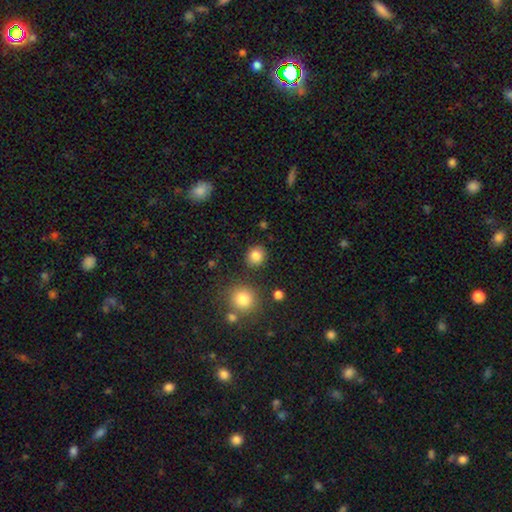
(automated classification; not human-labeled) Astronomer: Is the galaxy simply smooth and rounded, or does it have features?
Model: smooth — 84%.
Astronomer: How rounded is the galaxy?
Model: round — 79%.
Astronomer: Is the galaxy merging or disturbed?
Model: none — 85%.